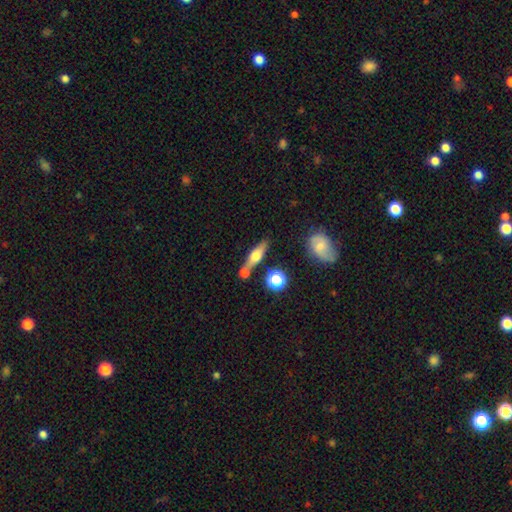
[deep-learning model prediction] A featured or disk galaxy (46%). Merging: none (67%).